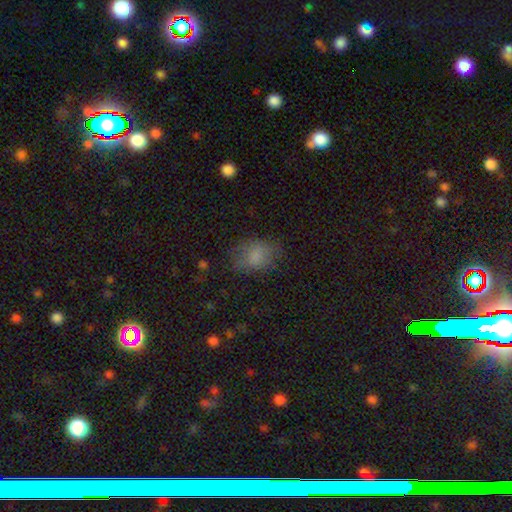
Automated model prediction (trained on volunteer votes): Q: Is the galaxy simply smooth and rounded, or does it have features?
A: smooth — 79%.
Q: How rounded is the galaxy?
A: in between — 70%.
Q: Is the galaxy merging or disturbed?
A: none — 67%.